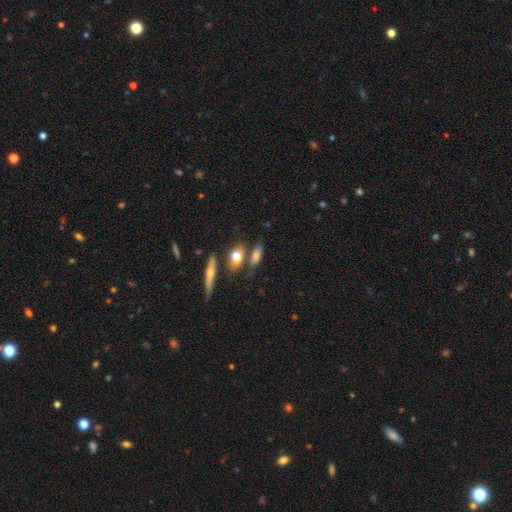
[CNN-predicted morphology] This appears to be a smooth galaxy with no disk features (66%) that is in between round and cigar-shaped (65%). Merging: none (59%).